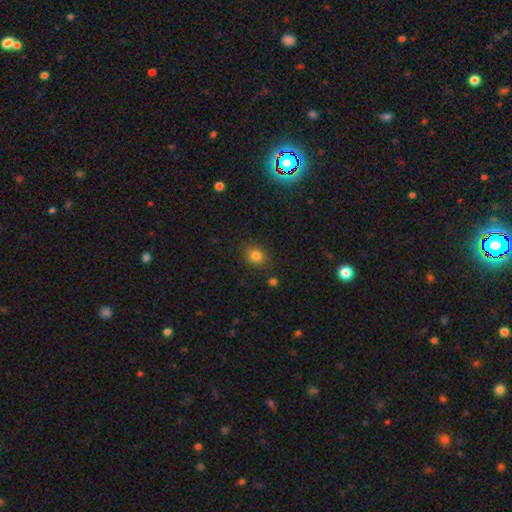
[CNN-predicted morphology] type=smooth (81%); roundness=round (62%); merging=none (84%).